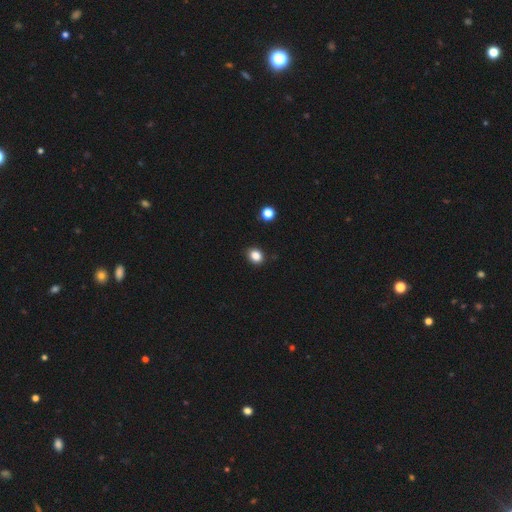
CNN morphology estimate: type=smooth (85%); roundness=round (57%); merging=none (87%).